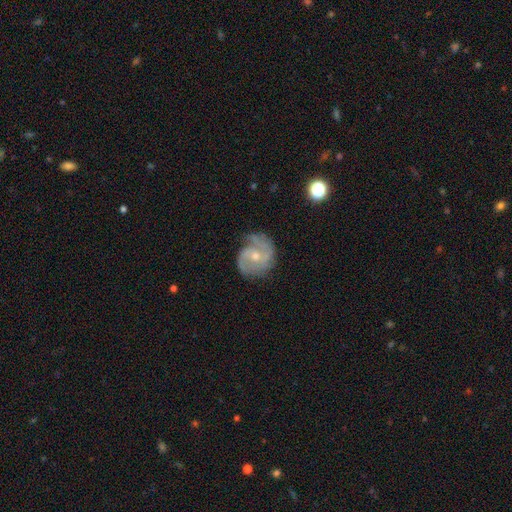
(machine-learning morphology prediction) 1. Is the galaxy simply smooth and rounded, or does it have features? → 81% featured or disk, 13% smooth, 6% star or artifact.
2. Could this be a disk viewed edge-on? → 98% no, 2% yes.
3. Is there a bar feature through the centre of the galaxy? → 65% no, 30% weak, 5% strong.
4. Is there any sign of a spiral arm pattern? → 94% yes, 6% no.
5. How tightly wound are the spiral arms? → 46% medium, 36% tight, 18% loose.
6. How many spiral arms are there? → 57% 2, 15% 3, 15% can't tell, 7% 1, 3% 4, 3% more than 4.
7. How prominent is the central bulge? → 52% moderate, 44% small, 2% none, 2% large, 1% dominant.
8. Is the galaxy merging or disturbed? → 61% none, 25% minor disturbance, 12% major disturbance, 2% merger.